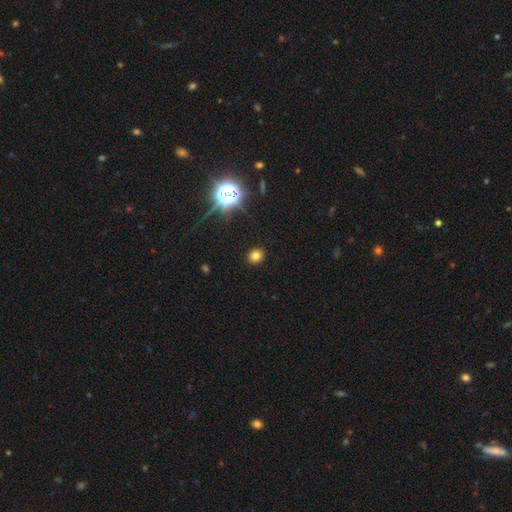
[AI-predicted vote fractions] smooth-or-featured: smooth: 75% | star or artifact: 18% | featured or disk: 6%
  how-rounded: round: 78% | in between: 21% | cigar-shaped: 1%
  merging: none: 91% | minor disturbance: 6% | major disturbance: 2% | merger: 1%